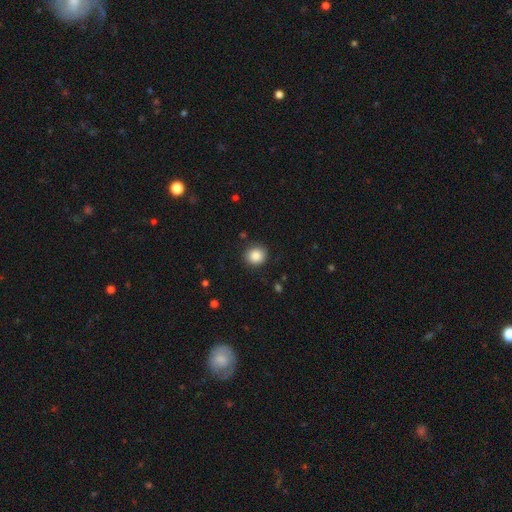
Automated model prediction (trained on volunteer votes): The model was most divided on "how rounded": round: 87%, in between: 12%, cigar-shaped: 1%. More confident: merging — none (88%); smooth or featured — smooth (86%).